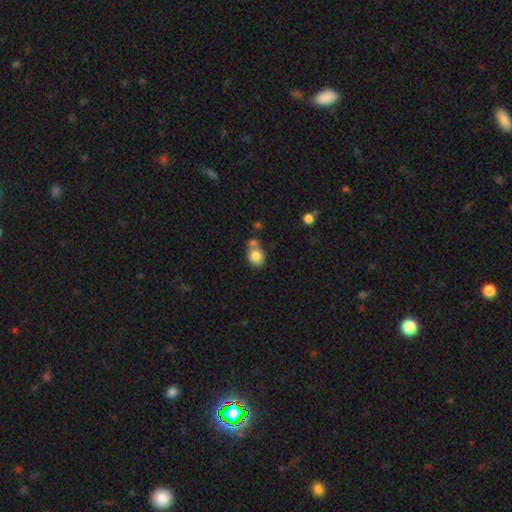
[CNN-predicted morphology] Smooth or featured?
  - smooth: 82% *
  - star or artifact: 9%
  - featured or disk: 9%
How rounded?
  - round: 69% *
  - in between: 30%
  - cigar-shaped: 1%
Merging?
  - none: 49% *
  - merger: 34%
  - minor disturbance: 13%
  - major disturbance: 4%